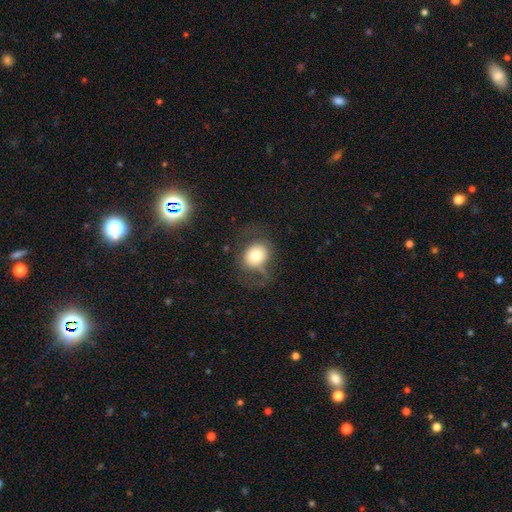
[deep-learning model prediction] This appears to be a smooth galaxy with no disk features (67%) that is round (62%). Merging: none (56%).